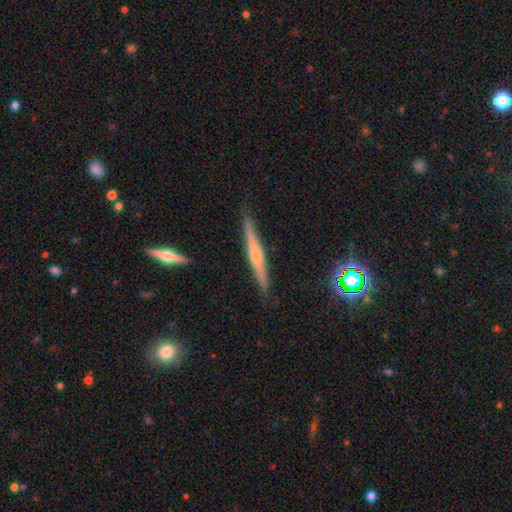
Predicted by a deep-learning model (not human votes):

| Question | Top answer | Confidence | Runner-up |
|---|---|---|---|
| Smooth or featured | featured or disk | 69% | smooth (21%) |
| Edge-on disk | yes | 96% | no (4%) |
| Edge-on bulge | rounded | 75% | none (18%) |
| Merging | none | 87% | minor disturbance (9%) |